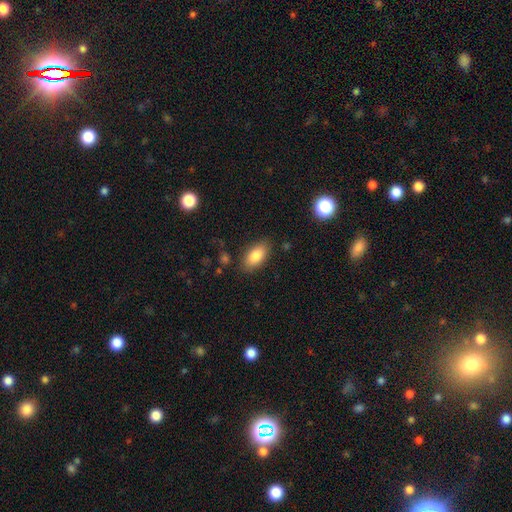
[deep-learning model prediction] Smooth or featured? smooth (84%)
How rounded? in between (91%)
Merging? none (84%)